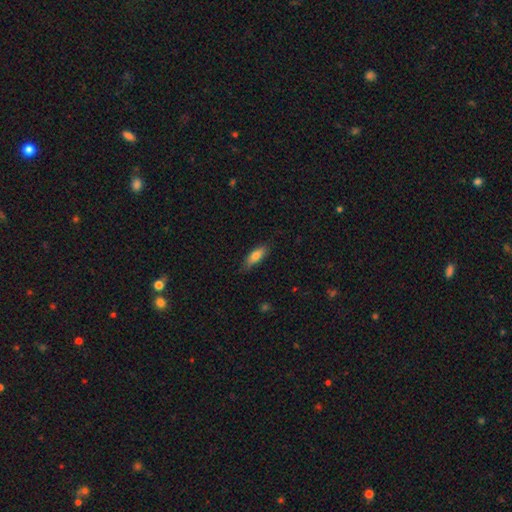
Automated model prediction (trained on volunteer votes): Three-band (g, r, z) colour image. It shows a smooth galaxy with no disk features (78%) that is in between round and cigar-shaped (61%). Merging: none (80%).